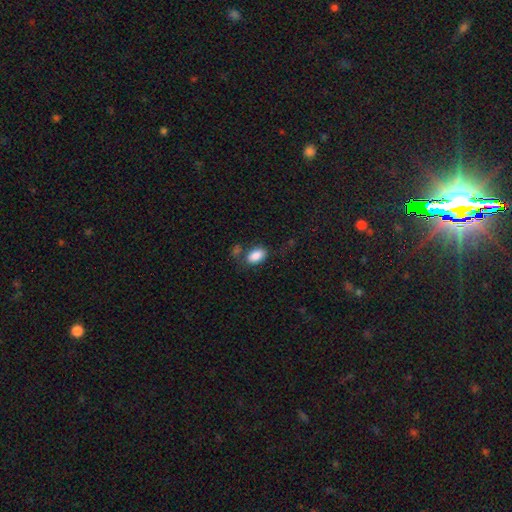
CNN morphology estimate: The model was most divided on "merging": none: 66%, minor disturbance: 17%, merger: 10%, major disturbance: 7%. More confident: how rounded — in between (91%); smooth or featured — smooth (87%).